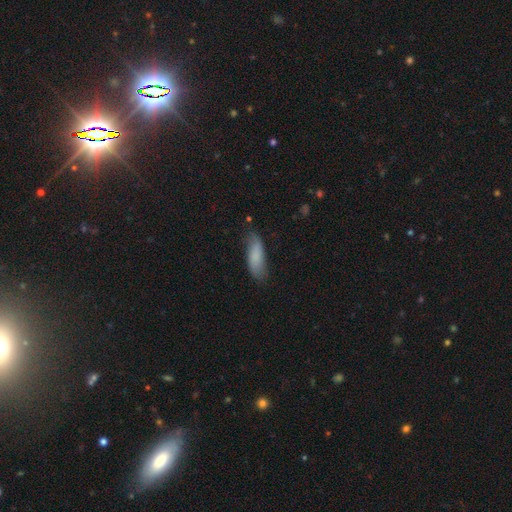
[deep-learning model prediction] Smooth or featured? smooth (81%)
How rounded? in between (60%)
Merging? none (68%)